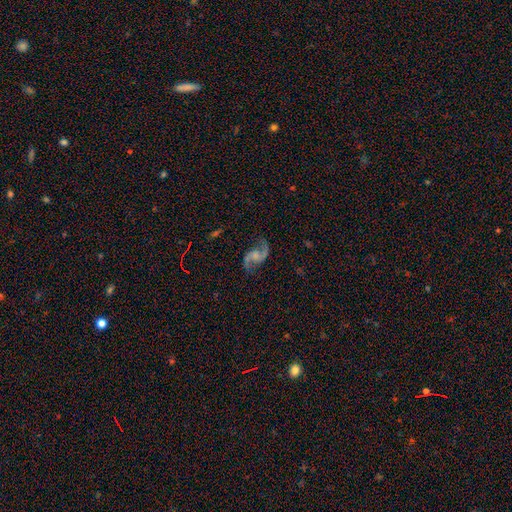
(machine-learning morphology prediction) The model was most divided on "bulge size": none: 37%, small: 28%, moderate: 25%, large: 8%, dominant: 2%. More confident: edge-on disk — no (98%); spiral arms — yes (97%); spiral arm count — 2 (94%); smooth or featured — featured or disk (88%); merging — none (77%); spiral winding — loose (68%); bar — no (56%).